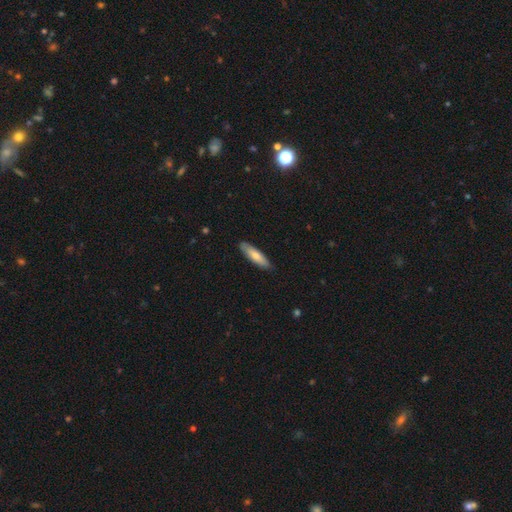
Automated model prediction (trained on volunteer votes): Smooth or featured?
  - smooth: 73% *
  - featured or disk: 22%
  - star or artifact: 5%
How rounded?
  - cigar-shaped: 62% *
  - in between: 36%
  - round: 1%
Merging?
  - none: 87% *
  - minor disturbance: 11%
  - major disturbance: 2%
  - merger: 1%